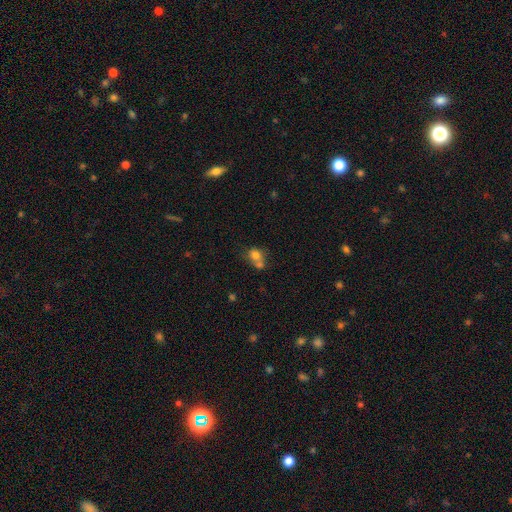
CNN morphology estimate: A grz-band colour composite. It shows a smooth galaxy with no disk features (74%) that is round (64%). Merging: merger (55%).